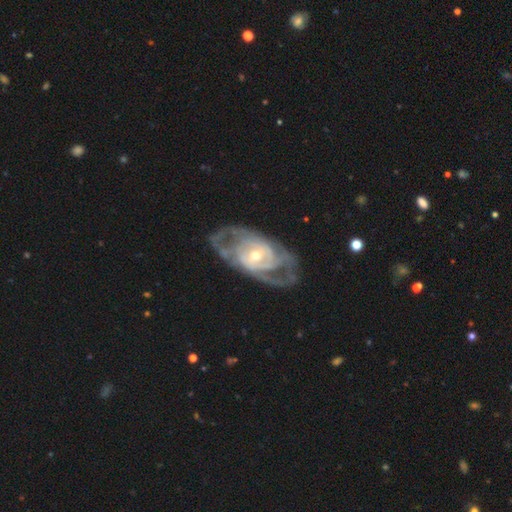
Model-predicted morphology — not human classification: smooth_or_featured: featured or disk (p=0.86) [alt: smooth p=0.09]
disk_edge_on: no (p=0.94) [alt: yes p=0.06]
bar: no (p=0.54) [alt: weak p=0.32]
has_spiral_arms: yes (p=0.87) [alt: no p=0.13]
spiral_winding: tight (p=0.49) [alt: medium p=0.39]
spiral_arm_count: 2 (p=0.46) [alt: can't tell p=0.29]
bulge_size: small (p=0.52) [alt: moderate p=0.43]
merging: none (p=0.67) [alt: minor disturbance p=0.17]